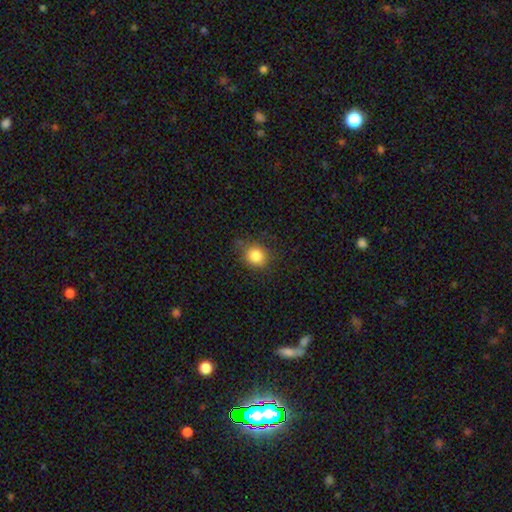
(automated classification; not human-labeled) The model was most divided on "how rounded": round: 79%, in between: 20%, cigar-shaped: 1%. More confident: smooth or featured — smooth (84%); merging — none (77%).